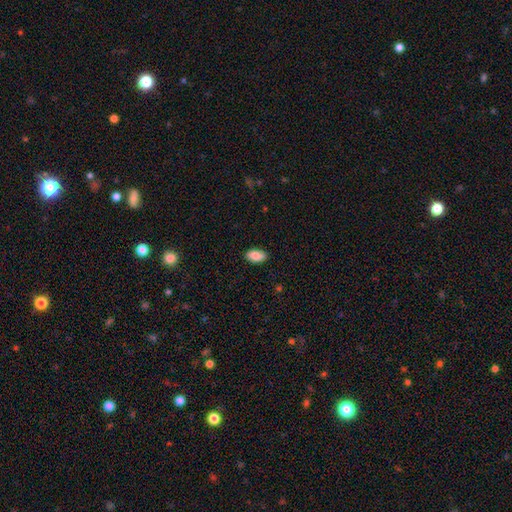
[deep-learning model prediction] The model was most divided on "smooth or featured": smooth: 87%, star or artifact: 7%, featured or disk: 6%. More confident: how rounded — in between (93%); merging — none (89%).